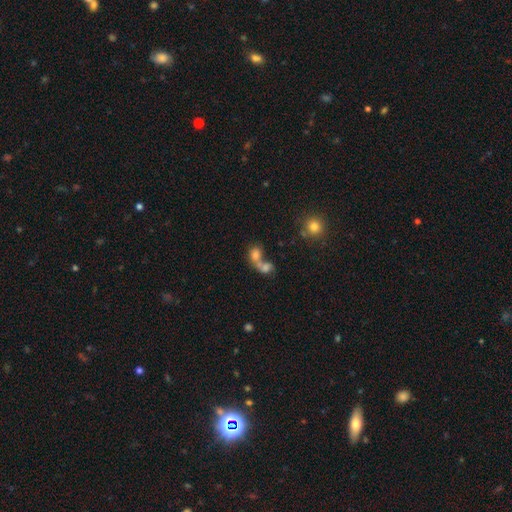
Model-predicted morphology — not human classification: This appears to be a smooth galaxy with no disk features (68%) that is in between round and cigar-shaped (51%). Merging: merger (65%).